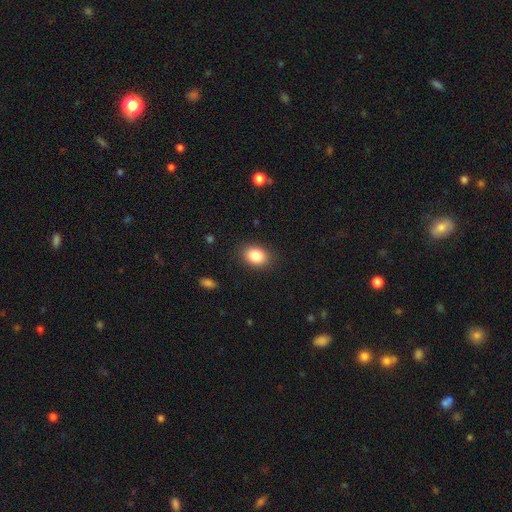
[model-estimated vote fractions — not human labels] Smooth or featured: smooth — 86% (star or artifact — 8%)
How rounded: in between — 69% (round — 30%)
Merging: none — 87% (minor disturbance — 9%)